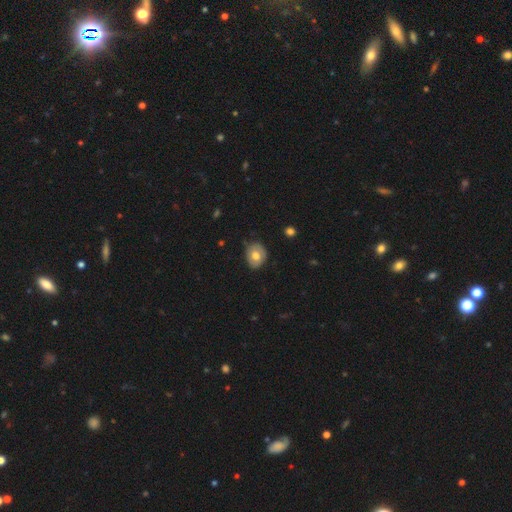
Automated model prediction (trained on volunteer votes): This appears to be a smooth galaxy with no disk features (67%) that is in between round and cigar-shaped (50%). Merging: none (73%).